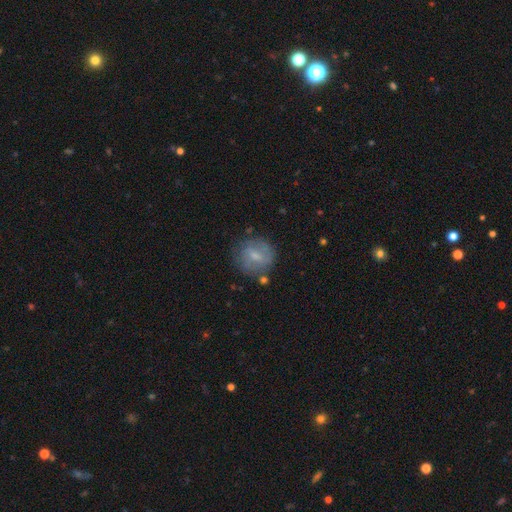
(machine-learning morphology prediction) smooth 55%, featured or disk 36%, star or artifact 9%. Down the decision tree: how rounded — round (77%); merging — none (69%).